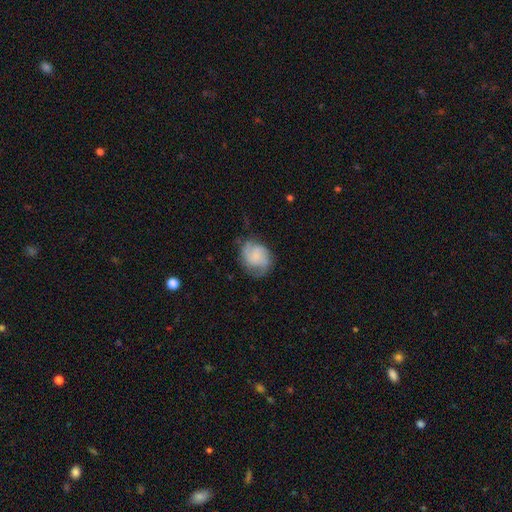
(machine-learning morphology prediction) Overall: featured or disk (60%; smooth 32%). Edge-on disk: no (98%). Bar: no (66%; weak 29%). Spiral arms: yes (91%). Spiral arm count: 2 (49%; 3 21%). Spiral winding: medium (45%; tight 33%). Bulge size: none (54%; small 23%). Merging: none (63%; minor disturbance 23%).